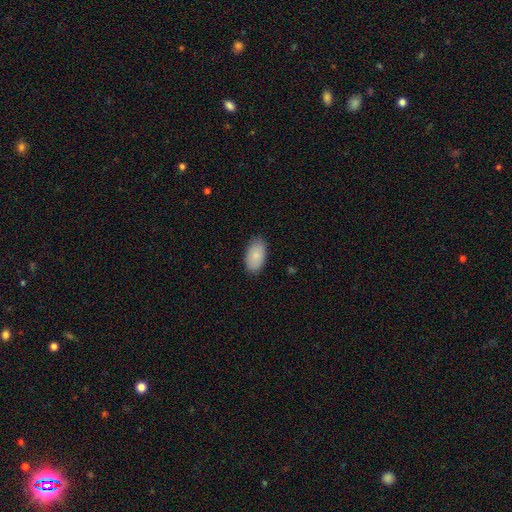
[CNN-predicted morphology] Overall: smooth (86%). How rounded: in between (95%). Merging: none (85%).